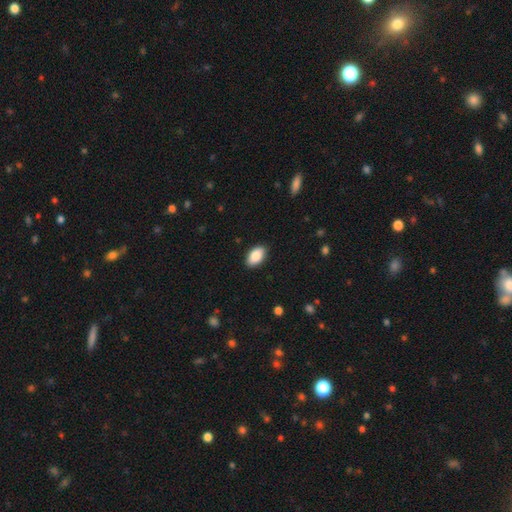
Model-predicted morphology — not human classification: A smooth galaxy with no disk features (87%) that is in between round and cigar-shaped (94%). Merging: none (89%).